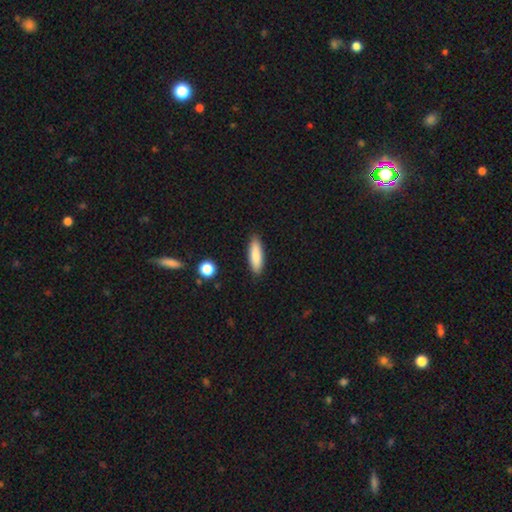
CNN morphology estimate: smooth 85%, featured or disk 9%, star or artifact 6%. Down the decision tree: how rounded — cigar-shaped (52%); merging — none (88%).